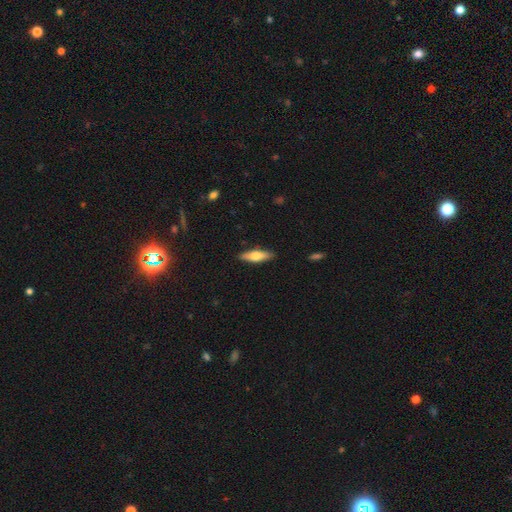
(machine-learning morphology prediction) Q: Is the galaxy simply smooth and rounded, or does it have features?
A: smooth — 57%.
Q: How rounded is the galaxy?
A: cigar-shaped — 56%.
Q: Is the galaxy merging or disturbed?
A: none — 88%.